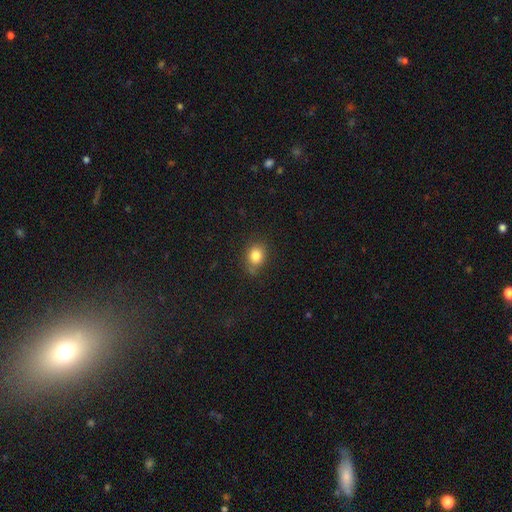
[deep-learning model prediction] Smooth or featured?
  - smooth: 83% *
  - star or artifact: 10%
  - featured or disk: 6%
How rounded?
  - in between: 50% *
  - round: 49%
  - cigar-shaped: 1%
Merging?
  - none: 76% *
  - minor disturbance: 17%
  - major disturbance: 4%
  - merger: 3%